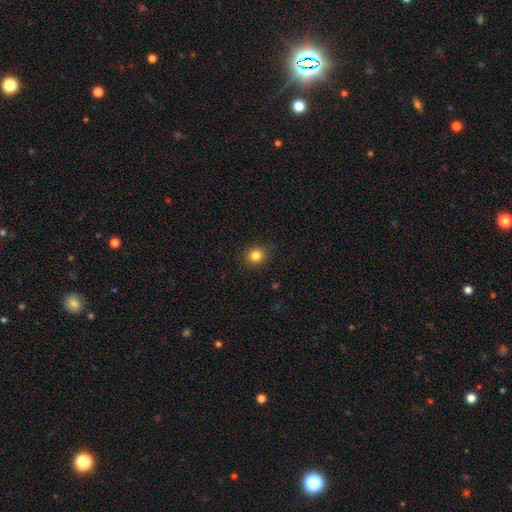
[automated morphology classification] The model was most divided on "smooth or featured": smooth: 83%, star or artifact: 12%, featured or disk: 5%. More confident: how rounded — round (86%); merging — none (85%).